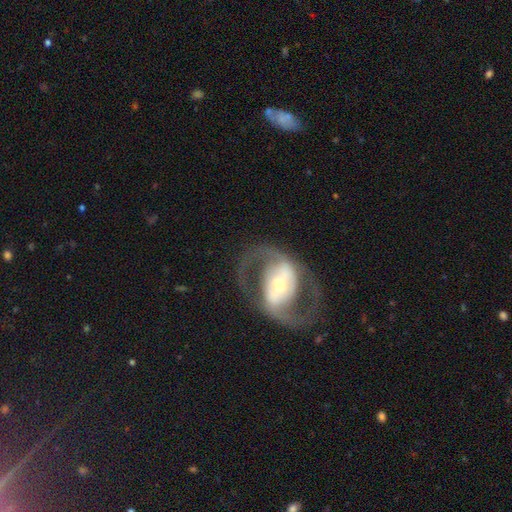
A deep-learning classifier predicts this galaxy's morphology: Smooth or featured?
  - featured or disk: 87% *
  - smooth: 7%
  - star or artifact: 6%
Edge-on disk?
  - no: 96% *
  - yes: 4%
Bar?
  - strong: 44% *
  - weak: 30%
  - no: 26%
Spiral arms?
  - yes: 92% *
  - no: 8%
Spiral winding?
  - medium: 56% *
  - loose: 25%
  - tight: 19%
Spiral arm count?
  - 2: 92% *
  - can't tell: 3%
  - 1: 2%
  - 3: 1%
  - 4: 1%
  - more than 4: 1%
Bulge size?
  - moderate: 53% *
  - small: 35%
  - large: 9%
  - dominant: 2%
  - none: 1%
Merging?
  - none: 76% *
  - major disturbance: 11%
  - minor disturbance: 11%
  - merger: 2%